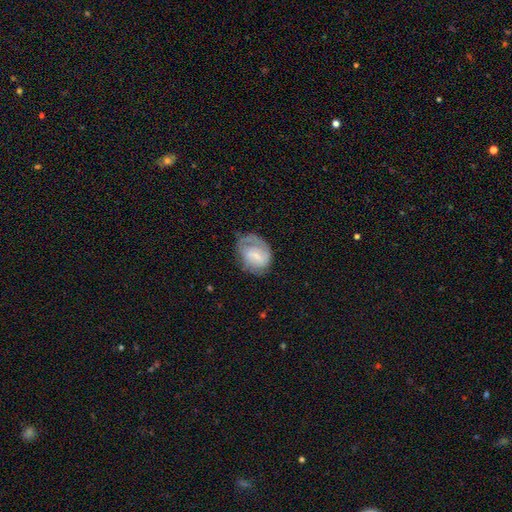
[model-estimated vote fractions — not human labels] smooth-or-featured: featured or disk: 58% | smooth: 35% | star or artifact: 7%
  disk-edge-on: no: 97% | yes: 3%
    bar: weak: 51% | no: 29% | strong: 20%
    has-spiral-arms: yes: 76% | no: 24%
    bulge-size: small: 50% | moderate: 25% | none: 19% | large: 4% | dominant: 1%
  merging: none: 46% | minor disturbance: 28% | major disturbance: 24% | merger: 2%